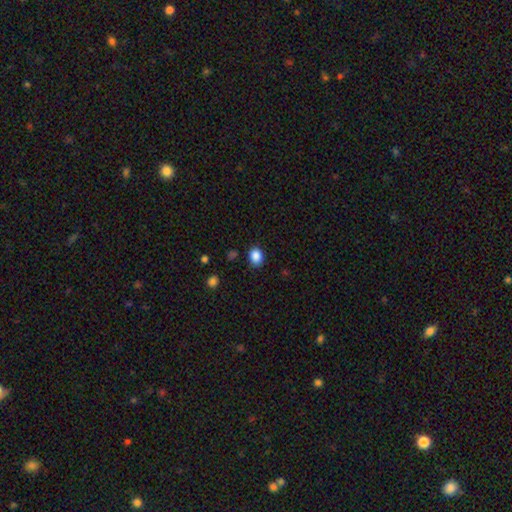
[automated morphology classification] Smooth or featured? Predicted: smooth (p=0.87). How rounded? Predicted: in between (p=0.51). Merging? Predicted: none (p=0.85).